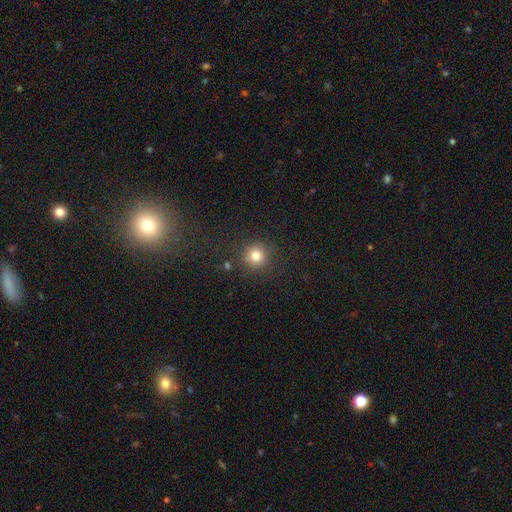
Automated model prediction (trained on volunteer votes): Smooth or featured?
  - smooth: 80% *
  - star or artifact: 13%
  - featured or disk: 6%
How rounded?
  - round: 93% *
  - in between: 6%
  - cigar-shaped: 1%
Merging?
  - none: 85% *
  - minor disturbance: 8%
  - major disturbance: 3%
  - merger: 3%